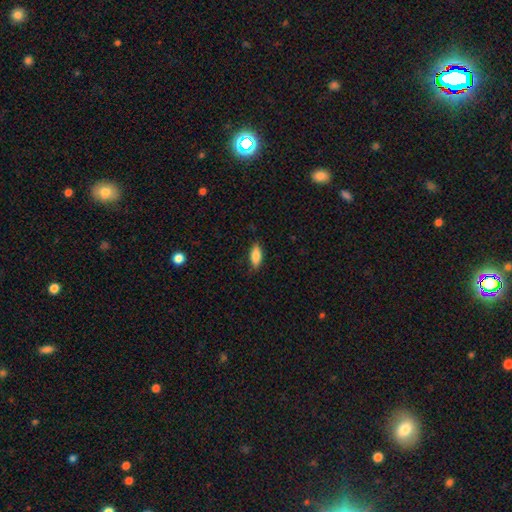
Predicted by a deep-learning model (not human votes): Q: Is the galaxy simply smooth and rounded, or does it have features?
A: smooth — 81%.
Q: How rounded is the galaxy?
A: in between — 77%.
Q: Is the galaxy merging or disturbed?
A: none — 81%.